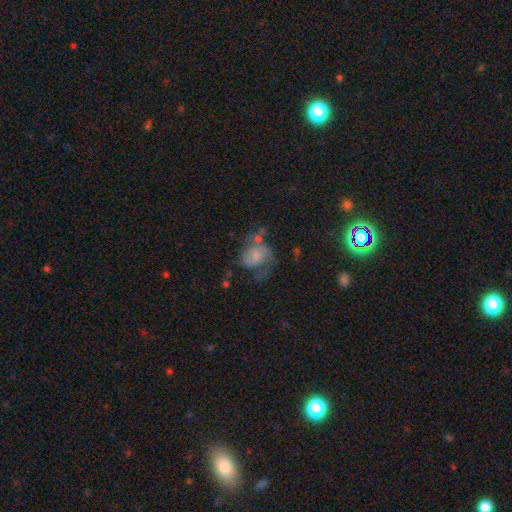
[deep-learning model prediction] Overall: featured or disk (48%; smooth 43%). Merging: major disturbance (36%; none 27%).